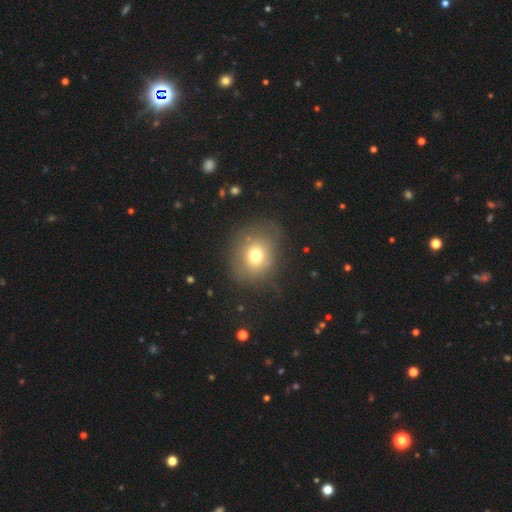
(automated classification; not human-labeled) The model was most divided on "how rounded": round: 66%, in between: 33%, cigar-shaped: 1%. More confident: smooth or featured — smooth (70%); merging — none (69%).